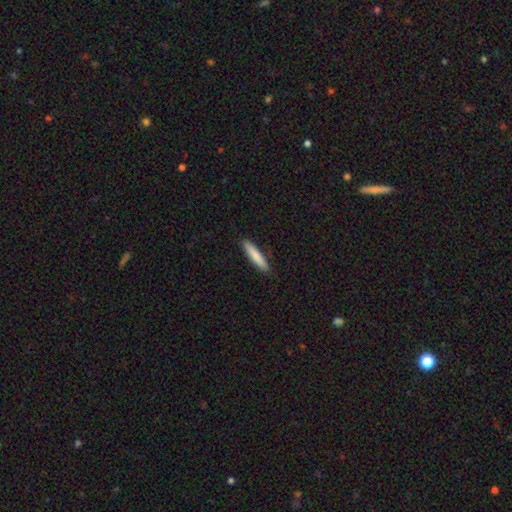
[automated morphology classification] This is clearly a smooth galaxy (82%). How rounded: clearly cigar-shaped (90%). Merging: clearly none (90%).